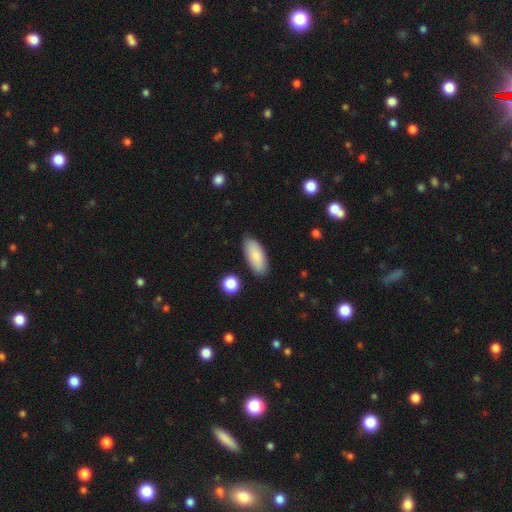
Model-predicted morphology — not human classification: This is clearly a smooth galaxy (86%). How rounded: clearly in between (85%). Merging: clearly none (85%).